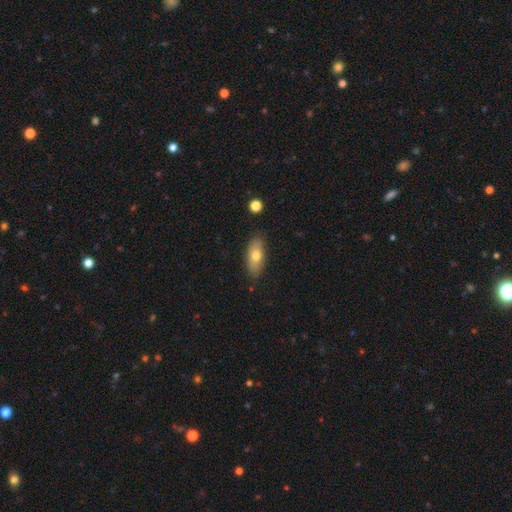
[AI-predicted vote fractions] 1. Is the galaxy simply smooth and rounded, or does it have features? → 70% smooth, 23% featured or disk, 7% star or artifact.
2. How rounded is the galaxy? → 83% in between, 13% cigar-shaped, 4% round.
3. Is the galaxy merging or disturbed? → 84% none, 12% minor disturbance, 2% major disturbance, 2% merger.